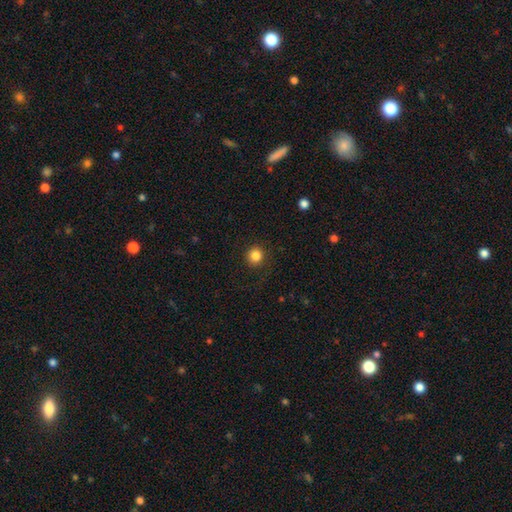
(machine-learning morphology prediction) This is clearly a smooth galaxy (84%). How rounded: clearly round (93%). Merging: clearly none (90%).